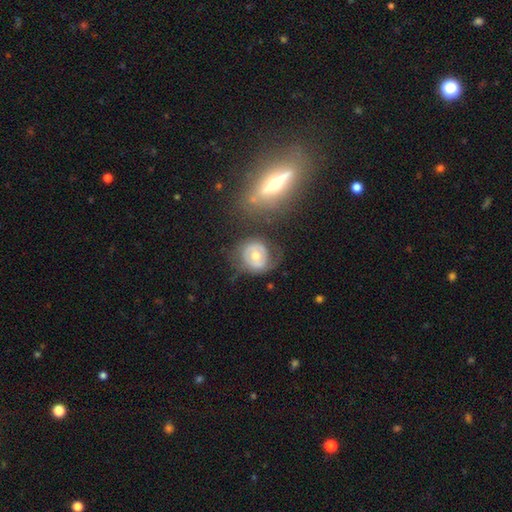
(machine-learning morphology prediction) A featured or disk galaxy (53%) with no bar (65%), no spiral arms (54%) and a moderate central bulge (69%).

Vote fractions:
- Smooth or featured? featured or disk: 53% / smooth: 40% / star or artifact: 7%
- Edge-on disk? no: 96% / yes: 4%
- Bar? no: 65% / weak: 25% / strong: 9%
- Spiral arms? no: 54% / yes: 46%
- Bulge size? moderate: 69% / small: 24% / large: 5% / none: 1% / dominant: 1%
- Merging? none: 54% / minor disturbance: 23% / major disturbance: 16% / merger: 8%